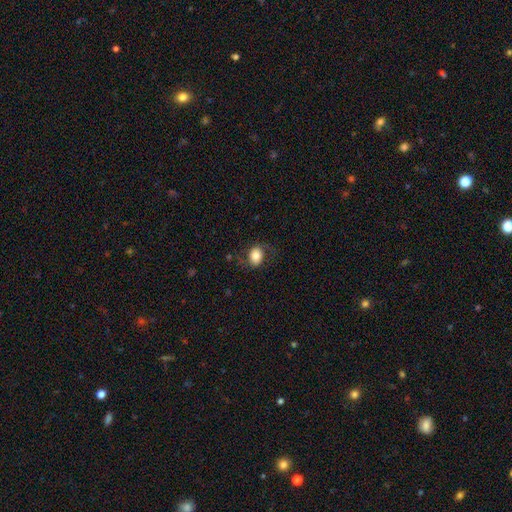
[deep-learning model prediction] Smooth or featured? Predicted: smooth (p=0.69). How rounded? Predicted: in between (p=0.56). Merging? Predicted: none (p=0.69).